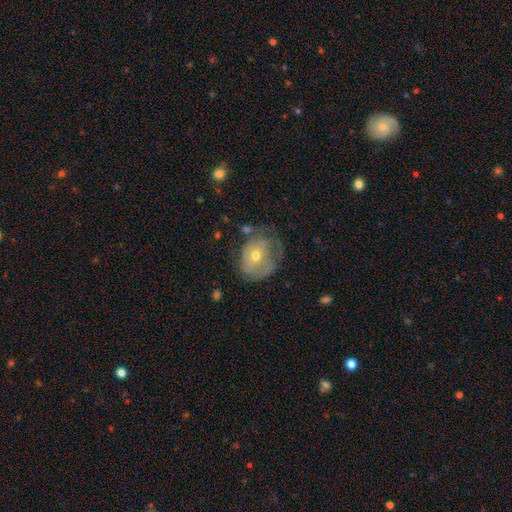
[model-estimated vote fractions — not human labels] Smooth or featured? Predicted: featured or disk (p=0.48). Merging? Predicted: none (p=0.39).